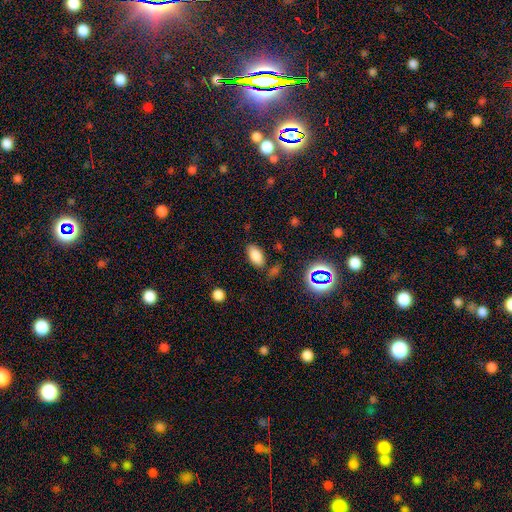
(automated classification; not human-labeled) Smooth or featured?
  - smooth: 80% *
  - star or artifact: 12%
  - featured or disk: 8%
How rounded?
  - in between: 92% *
  - cigar-shaped: 4%
  - round: 4%
Merging?
  - none: 79% *
  - minor disturbance: 13%
  - merger: 4%
  - major disturbance: 4%